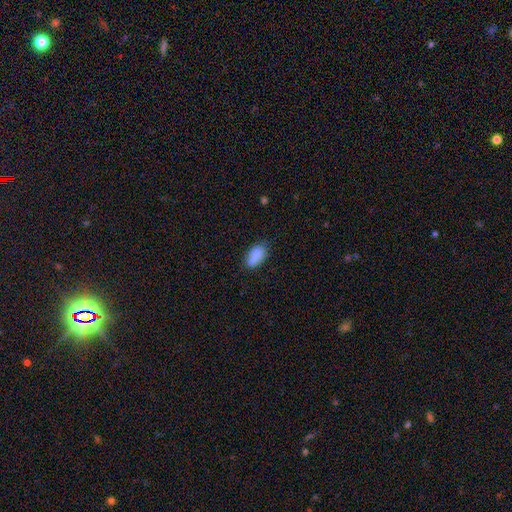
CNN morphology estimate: smooth-or-featured: smooth: 87% | star or artifact: 8% | featured or disk: 5%
  how-rounded: in between: 92% | round: 4% | cigar-shaped: 3%
  merging: none: 73% | minor disturbance: 21% | major disturbance: 4% | merger: 2%